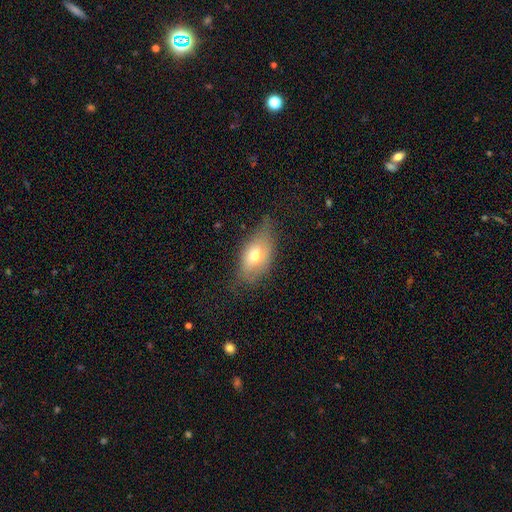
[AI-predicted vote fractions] Smooth or featured? smooth (66%)
How rounded? in between (86%)
Merging? none (56%)